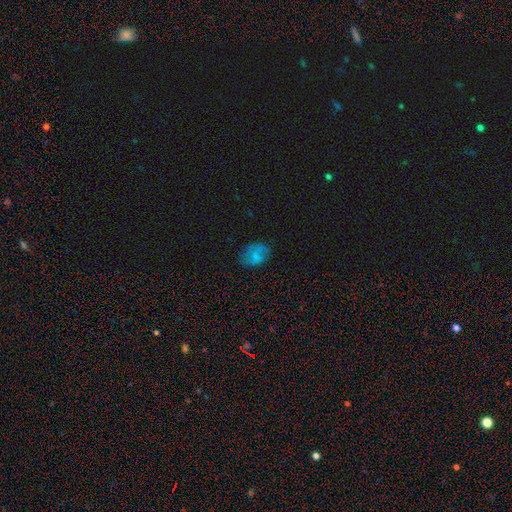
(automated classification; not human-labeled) This is possibly a smooth galaxy (52%). How rounded: likely in between (73%). Merging: likely none (71%).